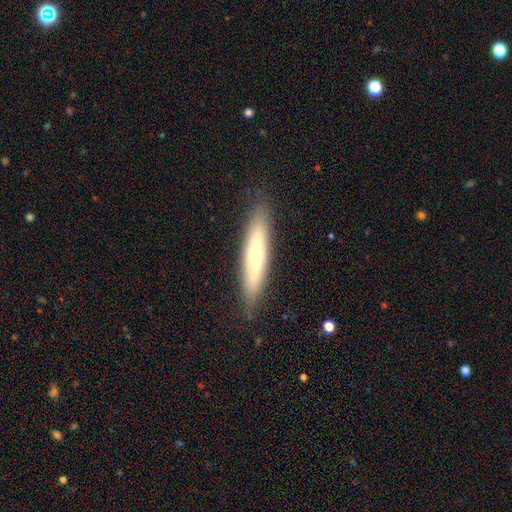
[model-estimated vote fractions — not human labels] smooth-or-featured: smooth: 50% | featured or disk: 43% | star or artifact: 7%
  merging: none: 86% | minor disturbance: 11% | major disturbance: 2% | merger: 1%